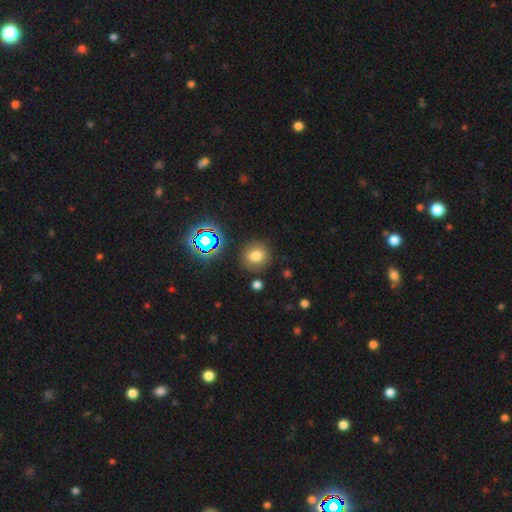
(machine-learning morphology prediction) Q: Smooth or featured?
A: smooth (72%); runner-up: star or artifact (19%)
Q: How rounded?
A: round (85%); runner-up: in between (14%)
Q: Merging?
A: none (85%); runner-up: minor disturbance (8%)